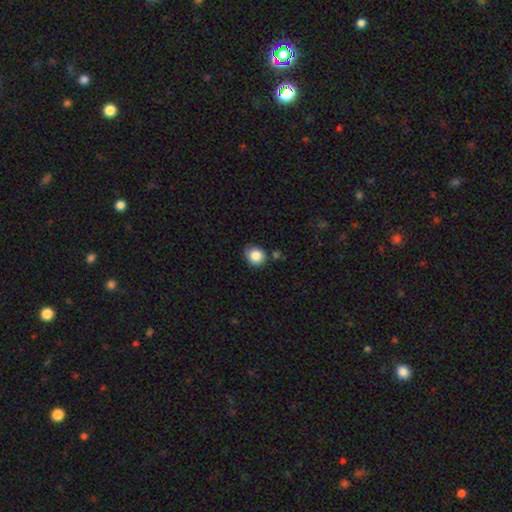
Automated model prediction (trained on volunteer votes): This is clearly a smooth galaxy (86%). How rounded: likely round (79%). Merging: likely none (75%).